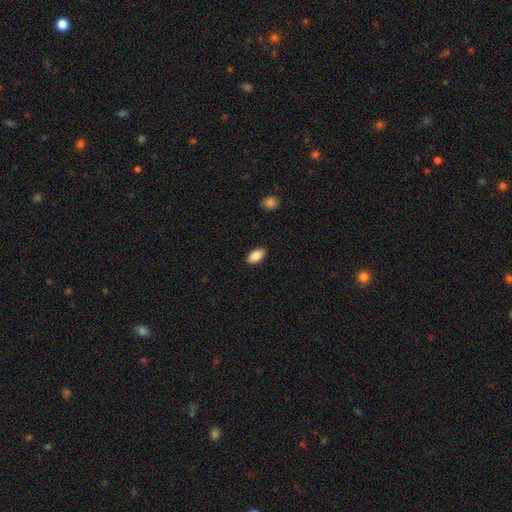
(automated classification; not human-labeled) This appears to be a smooth galaxy with no disk features (87%) that is in between round and cigar-shaped (93%). Merging: none (89%).